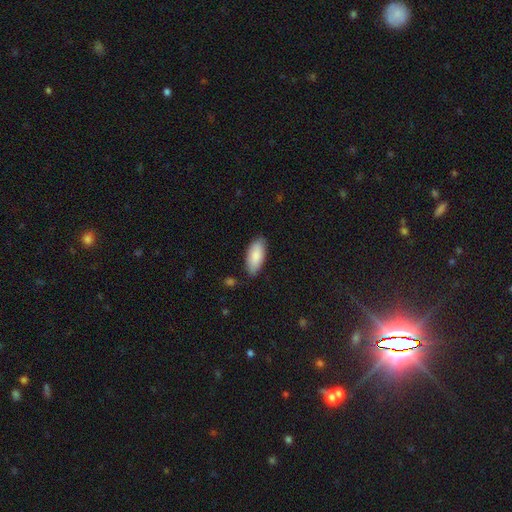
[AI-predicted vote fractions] Smooth or featured?
  - smooth: 86% *
  - featured or disk: 8%
  - star or artifact: 6%
How rounded?
  - in between: 85% *
  - cigar-shaped: 13%
  - round: 2%
Merging?
  - none: 82% *
  - minor disturbance: 14%
  - major disturbance: 2%
  - merger: 2%